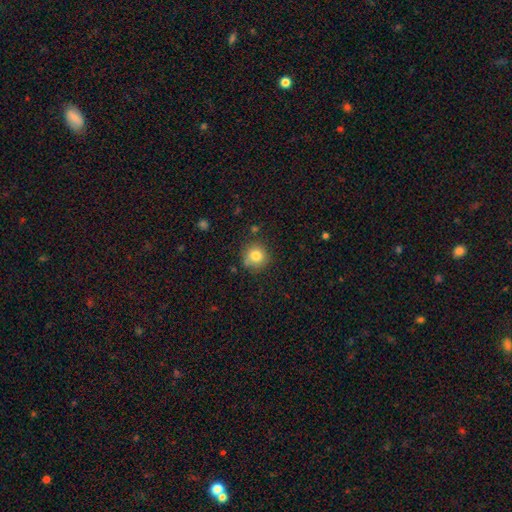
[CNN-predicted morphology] This appears to be a smooth galaxy with no disk features (81%) that is round (92%). Merging: none (79%).